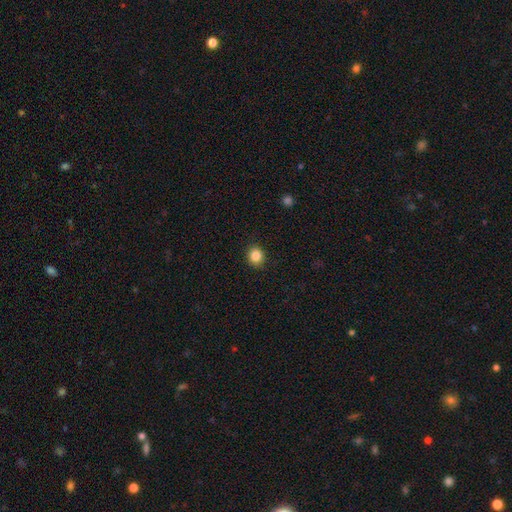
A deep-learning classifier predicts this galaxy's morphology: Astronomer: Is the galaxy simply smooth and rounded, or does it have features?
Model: smooth — 86%.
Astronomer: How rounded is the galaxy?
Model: round — 80%.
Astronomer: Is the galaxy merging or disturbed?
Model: none — 90%.